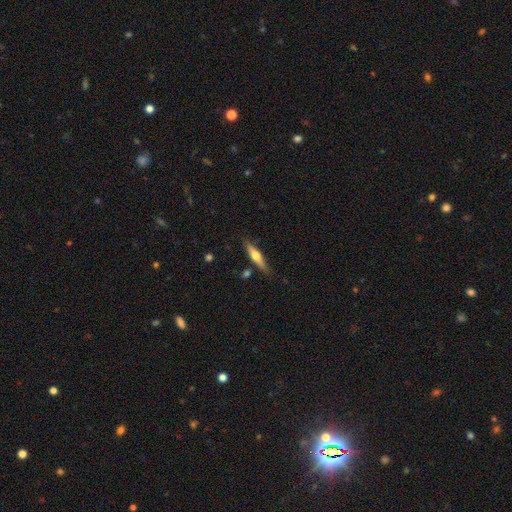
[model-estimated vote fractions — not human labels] A featured or disk galaxy (49%). Merging: none (80%).